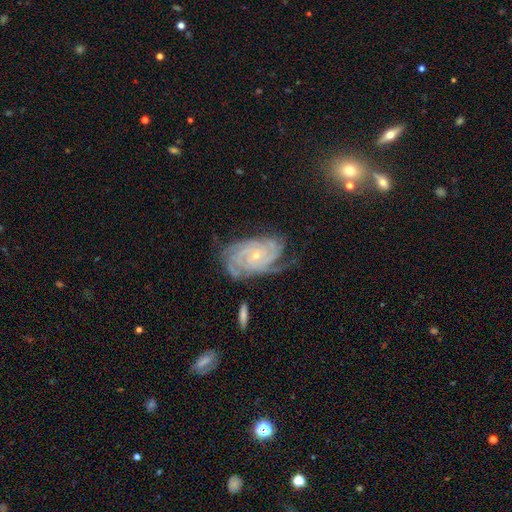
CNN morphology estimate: This is clearly a featured or disk galaxy (89%). It is clearly not viewed edge-on (97%). Bar: likely no (74%). Spiral arm pattern: clearly yes (98%). Spiral arm count: marginally 4 (32%). Spiral winding: likely tight (76%). Central bulge: likely small (76%). Merging: likely none (66%).